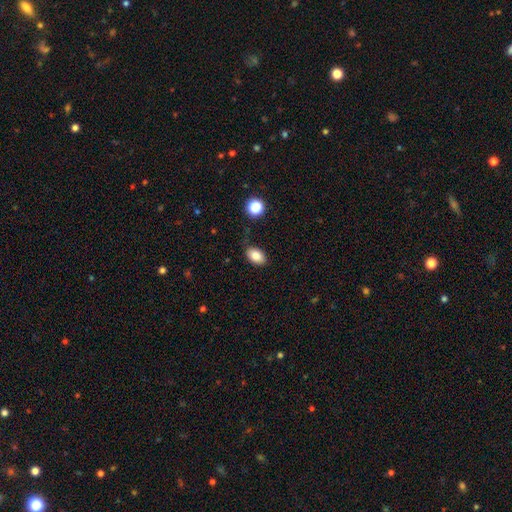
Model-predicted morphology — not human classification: smooth_or_featured: smooth (p=0.84) [alt: star or artifact p=0.09]
how_rounded: in between (p=0.87) [alt: round p=0.11]
merging: none (p=0.77) [alt: minor disturbance p=0.16]